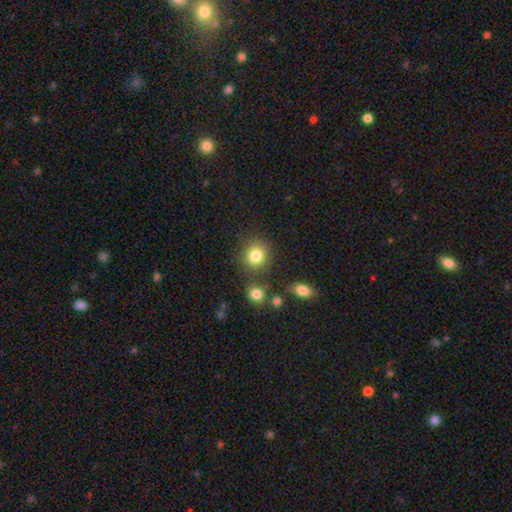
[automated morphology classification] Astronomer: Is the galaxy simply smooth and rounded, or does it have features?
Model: smooth — 83%.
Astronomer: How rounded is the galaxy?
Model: round — 80%.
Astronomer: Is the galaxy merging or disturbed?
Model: none — 77%.